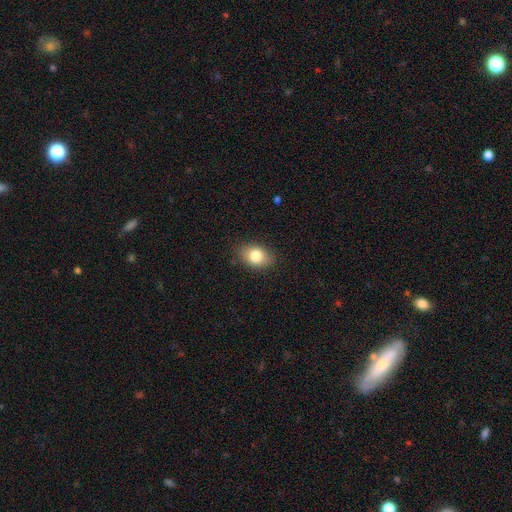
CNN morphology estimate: This is clearly a smooth galaxy (81%). How rounded: likely in between (78%). Merging: clearly none (85%).